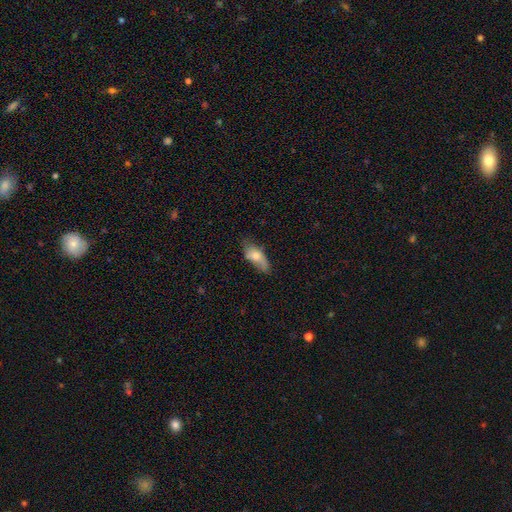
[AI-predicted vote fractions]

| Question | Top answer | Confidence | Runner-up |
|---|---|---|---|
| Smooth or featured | smooth | 71% | featured or disk (22%) |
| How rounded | in between | 80% | cigar-shaped (17%) |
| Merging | none | 54% | minor disturbance (33%) |